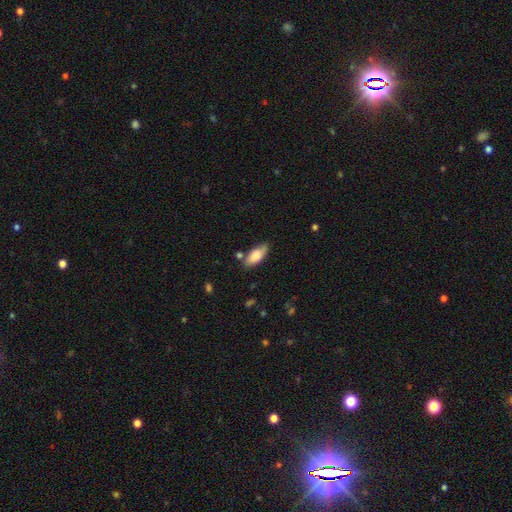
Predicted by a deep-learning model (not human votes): This is clearly a smooth galaxy (81%). How rounded: clearly in between (82%). Merging: likely none (70%).